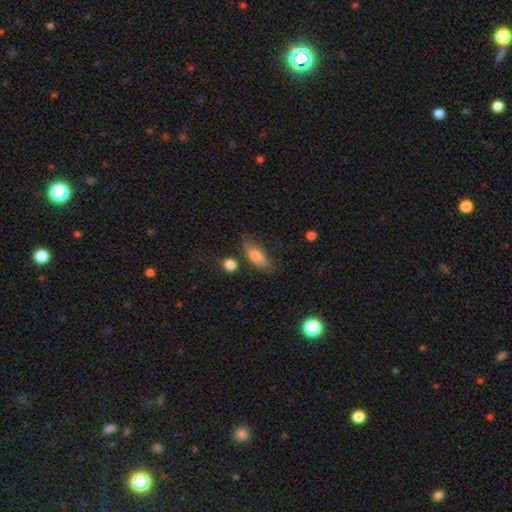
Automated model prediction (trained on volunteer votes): This is likely a smooth galaxy (78%). How rounded: likely in between (69%). Merging: likely none (67%).